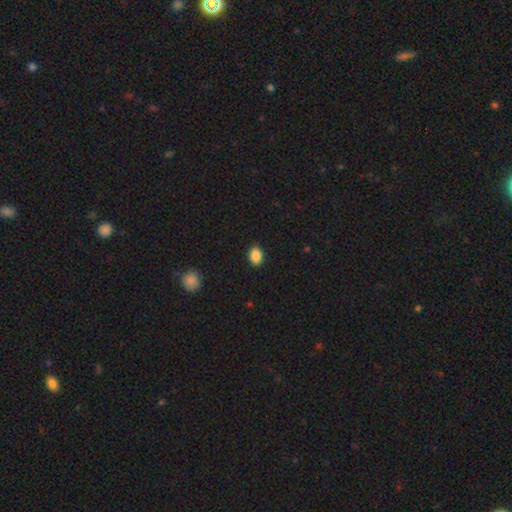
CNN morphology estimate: The model was most divided on "how rounded": in between: 71%, round: 28%, cigar-shaped: 1%. More confident: merging — none (89%); smooth or featured — smooth (88%).